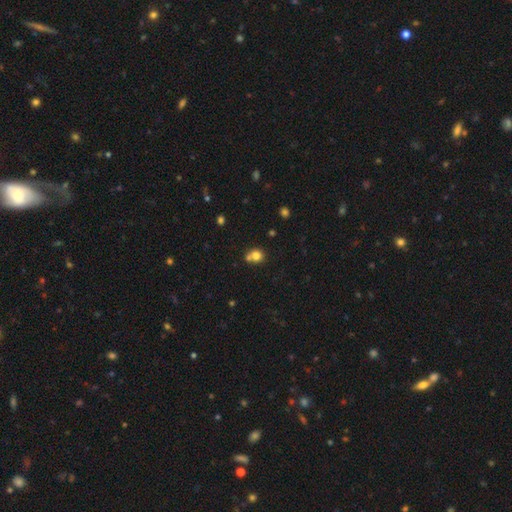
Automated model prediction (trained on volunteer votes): smooth 77%, star or artifact 12%, featured or disk 11%. Down the decision tree: how rounded — round (82%); merging — none (50%).